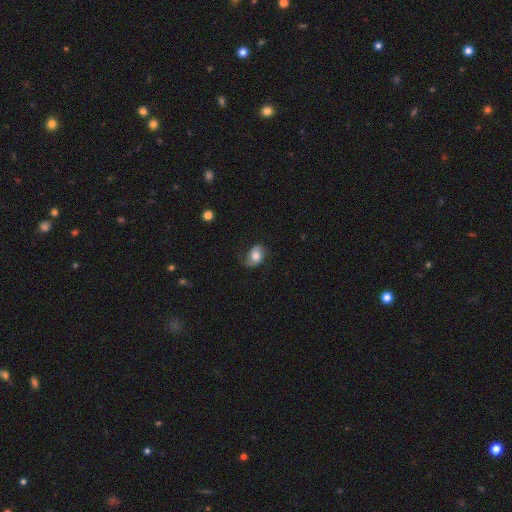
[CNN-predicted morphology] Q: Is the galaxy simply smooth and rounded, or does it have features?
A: smooth — 60%.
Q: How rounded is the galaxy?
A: in between — 71%.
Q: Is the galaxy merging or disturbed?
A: none — 56%.